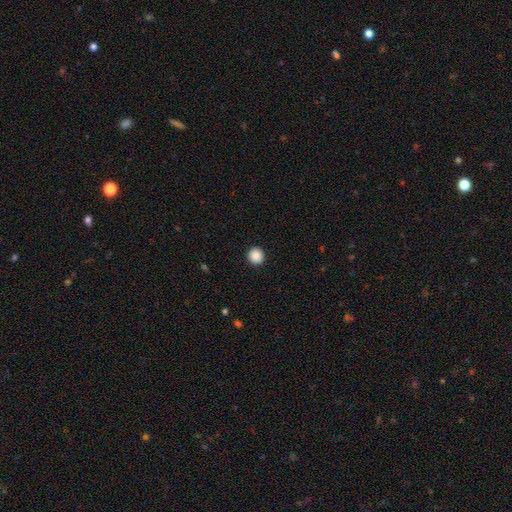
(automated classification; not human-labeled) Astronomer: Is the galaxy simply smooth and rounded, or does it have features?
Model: smooth — 89%.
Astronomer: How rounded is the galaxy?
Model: round — 93%.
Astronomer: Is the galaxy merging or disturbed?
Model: none — 93%.